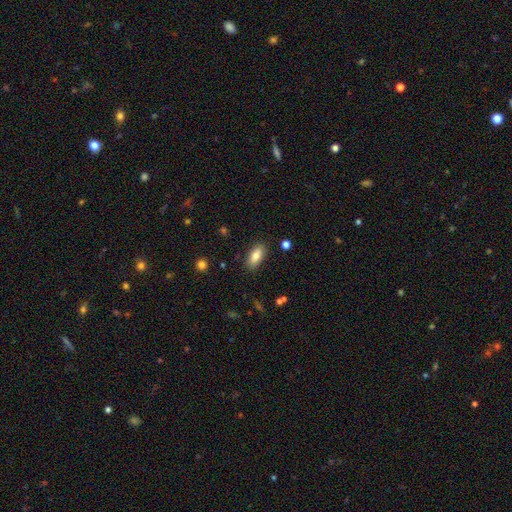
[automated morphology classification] Overall: smooth (81%). How rounded: in between (87%). Merging: none (86%).